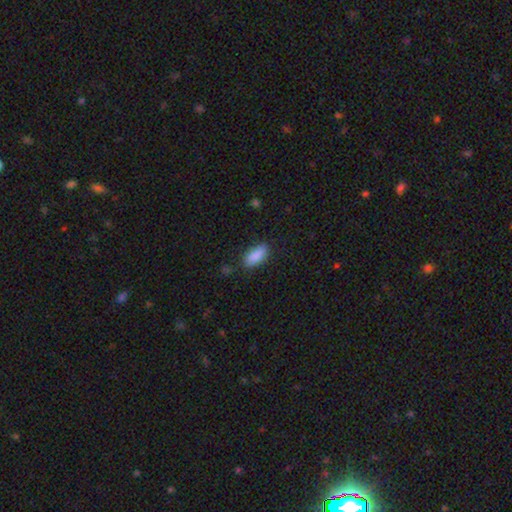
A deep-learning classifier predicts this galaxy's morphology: smooth-or-featured: smooth: 88% | star or artifact: 7% | featured or disk: 5%
  how-rounded: in between: 85% | cigar-shaped: 13% | round: 2%
  merging: none: 79% | minor disturbance: 16% | major disturbance: 3% | merger: 2%